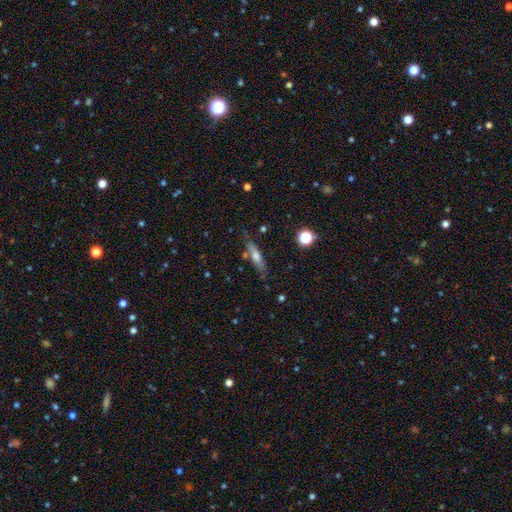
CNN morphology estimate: Smooth or featured? smooth (50%)
How rounded? cigar-shaped (75%)
Merging? none (74%)